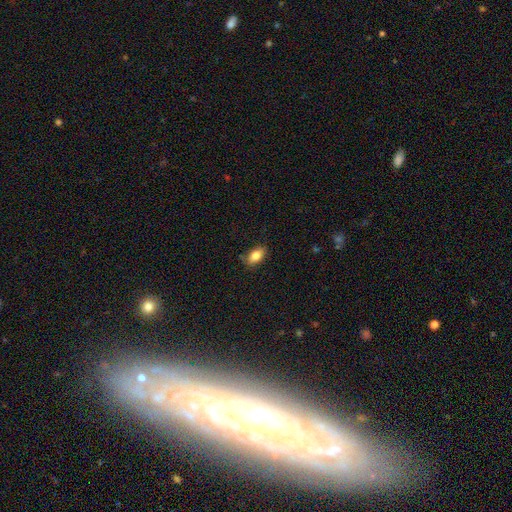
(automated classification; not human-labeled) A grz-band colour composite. It shows a smooth galaxy with no disk features (83%) that is in between round and cigar-shaped (89%). Merging: none (81%).